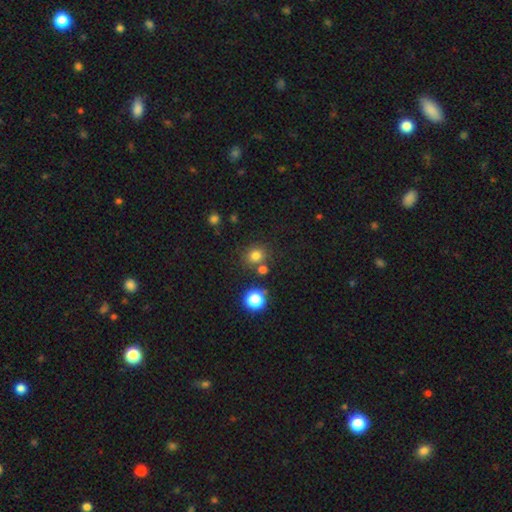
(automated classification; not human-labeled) Smooth or featured: smooth — 76% (star or artifact — 17%)
How rounded: round — 79% (in between — 20%)
Merging: none — 73% (merger — 13%)